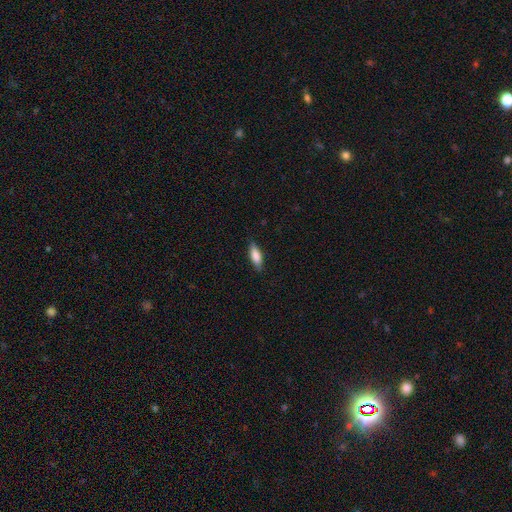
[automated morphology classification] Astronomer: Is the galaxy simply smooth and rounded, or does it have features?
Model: smooth — 81%.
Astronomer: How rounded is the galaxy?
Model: in between — 62%.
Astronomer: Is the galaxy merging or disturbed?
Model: none — 84%.